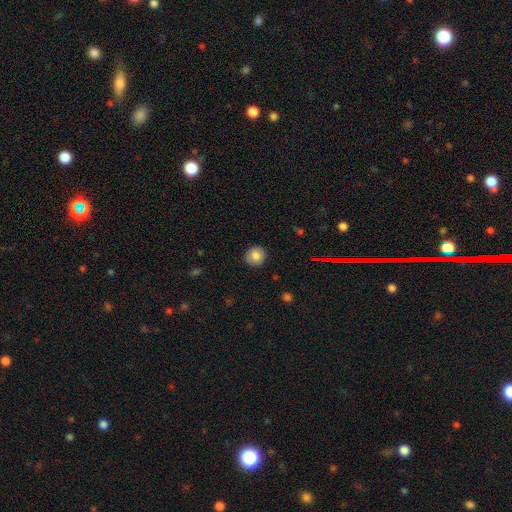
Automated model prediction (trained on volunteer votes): This appears to be a smooth galaxy with no disk features (82%) that is round (90%). Merging: none (90%).